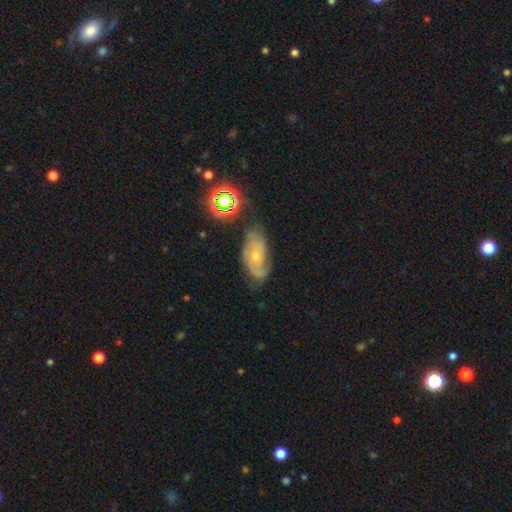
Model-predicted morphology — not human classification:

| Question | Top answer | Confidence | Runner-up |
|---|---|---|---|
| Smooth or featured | featured or disk | 66% | smooth (23%) |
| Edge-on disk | no | 93% | yes (7%) |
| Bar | no | 76% | weak (20%) |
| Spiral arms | yes | 84% | no (16%) |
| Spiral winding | tight | 46% | medium (38%) |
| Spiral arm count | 2 | 42% | can't tell (36%) |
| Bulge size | small | 57% | moderate (40%) |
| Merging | none | 55% | minor disturbance (30%) |